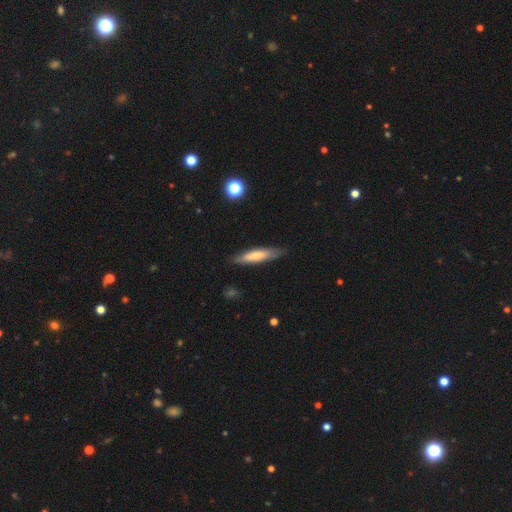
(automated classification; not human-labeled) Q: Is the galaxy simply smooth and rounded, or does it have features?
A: smooth — 66%.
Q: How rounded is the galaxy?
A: cigar-shaped — 79%.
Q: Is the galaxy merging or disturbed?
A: none — 83%.